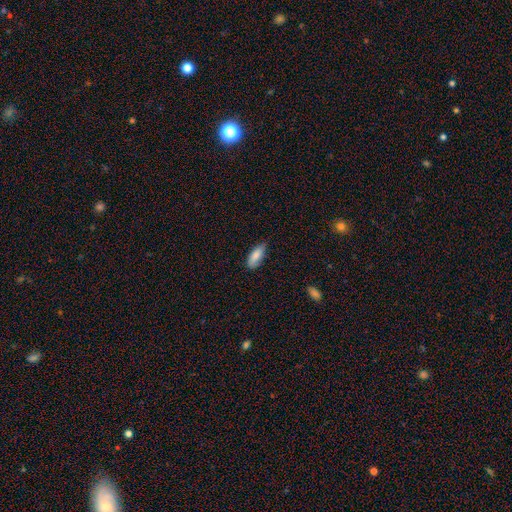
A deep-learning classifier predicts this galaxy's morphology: Overall: smooth (85%). How rounded: in between (74%). Merging: none (66%; minor disturbance 29%).